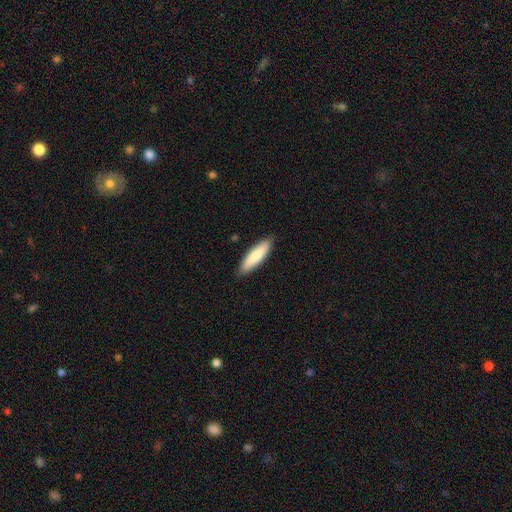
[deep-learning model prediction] Morphology: type=smooth (80%); roundness=cigar-shaped (62%); merging=none (88%).